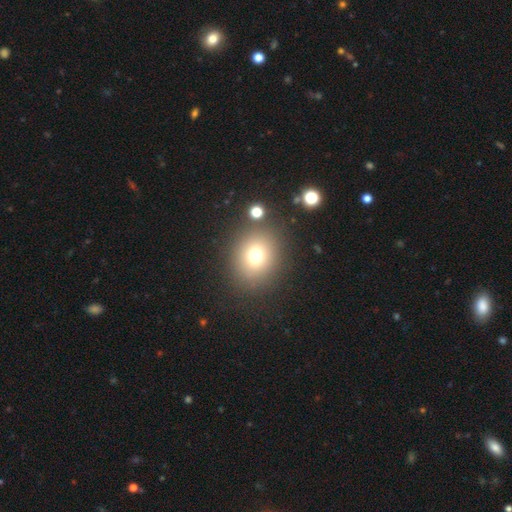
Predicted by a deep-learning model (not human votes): This appears to be a smooth galaxy with no disk features (73%) that is round (71%). Merging: none (83%).